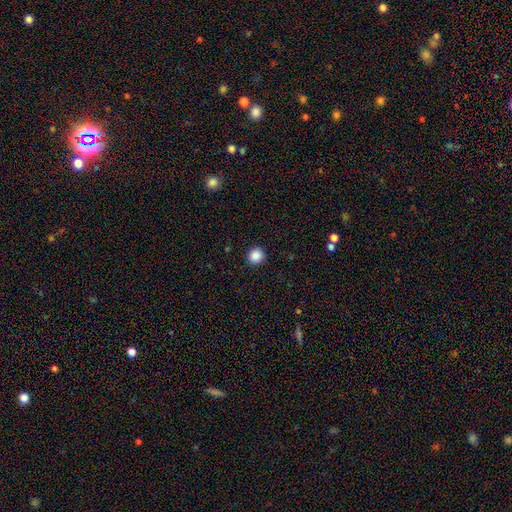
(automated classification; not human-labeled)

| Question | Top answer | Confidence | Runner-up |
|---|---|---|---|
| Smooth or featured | smooth | 87% | star or artifact (10%) |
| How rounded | round | 95% | in between (4%) |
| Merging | none | 93% | minor disturbance (4%) |